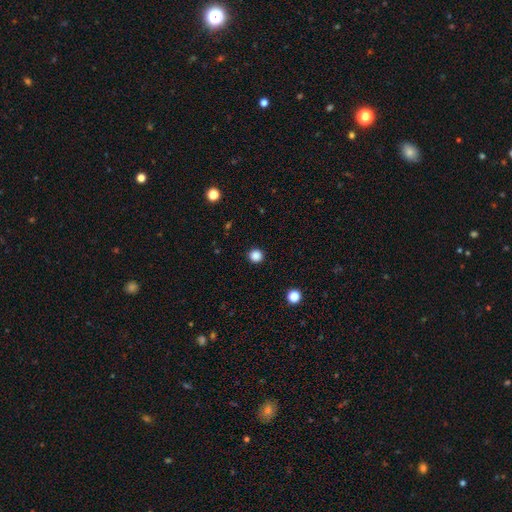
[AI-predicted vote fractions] Smooth or featured? smooth (86%)
How rounded? round (94%)
Merging? none (92%)